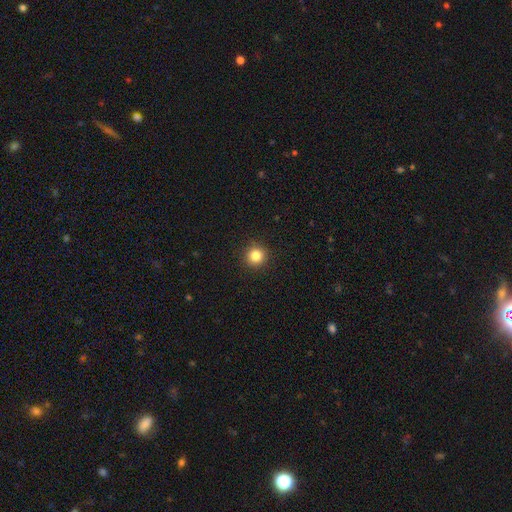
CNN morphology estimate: Q: Smooth or featured?
A: smooth (84%); runner-up: star or artifact (12%)
Q: How rounded?
A: round (95%); runner-up: in between (4%)
Q: Merging?
A: none (92%); runner-up: minor disturbance (5%)